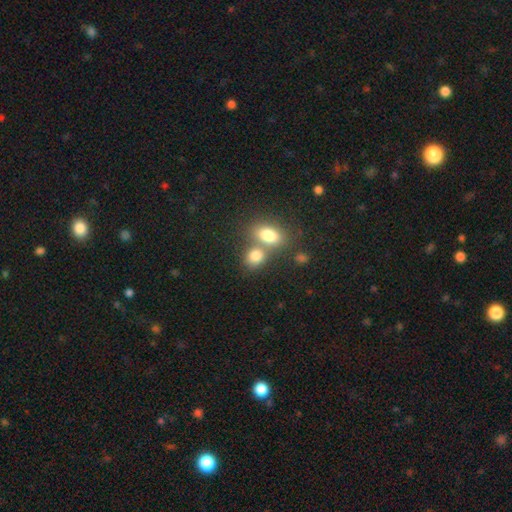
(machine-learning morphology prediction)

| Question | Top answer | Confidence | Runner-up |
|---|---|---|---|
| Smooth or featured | smooth | 80% | star or artifact (10%) |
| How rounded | in between | 56% | round (43%) |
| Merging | merger | 46% | none (41%) |